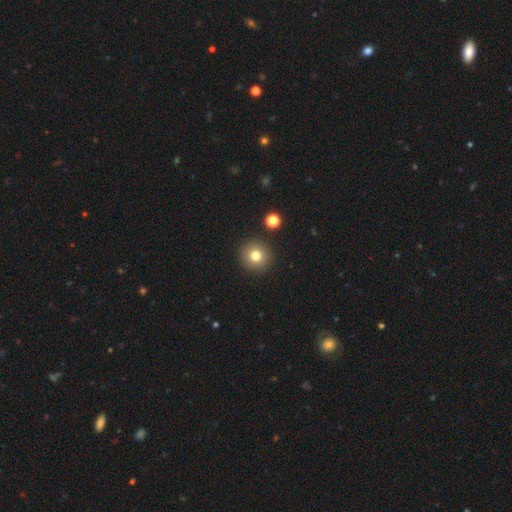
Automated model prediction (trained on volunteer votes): A smooth galaxy with no disk features (78%) that is round (95%). Merging: none (90%).